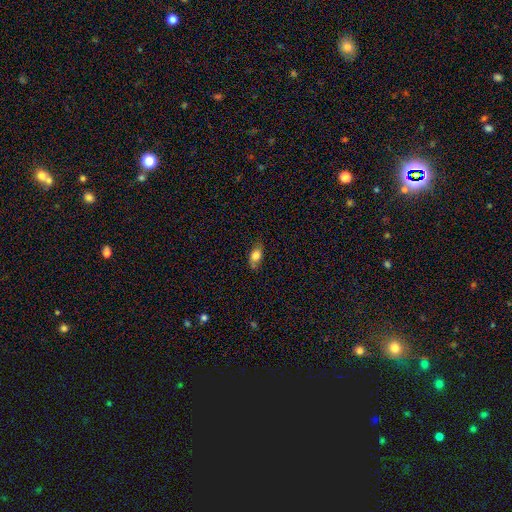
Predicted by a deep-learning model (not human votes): smooth-or-featured: smooth: 78% | featured or disk: 13% | star or artifact: 9%
  how-rounded: in between: 83% | round: 11% | cigar-shaped: 6%
  merging: none: 67% | minor disturbance: 25% | major disturbance: 6% | merger: 2%